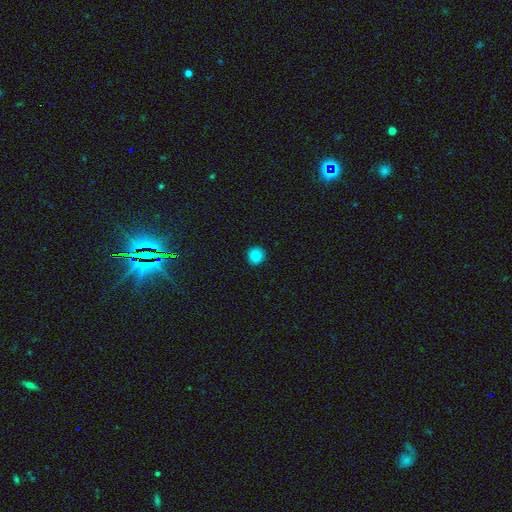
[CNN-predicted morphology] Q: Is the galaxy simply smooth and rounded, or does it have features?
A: smooth — 86%.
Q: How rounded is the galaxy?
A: round — 94%.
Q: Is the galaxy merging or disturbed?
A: none — 93%.